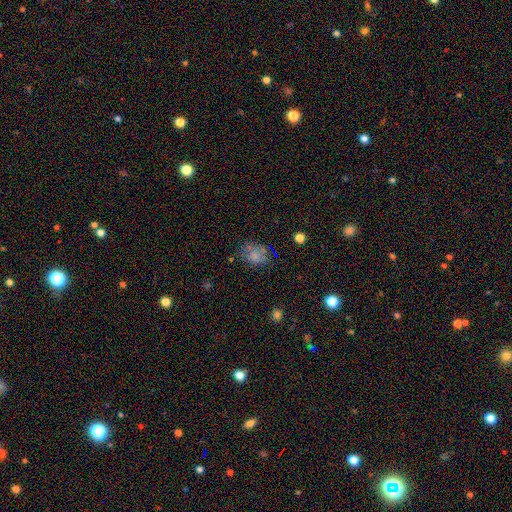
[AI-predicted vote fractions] Smooth or featured? Predicted: smooth (p=0.70). How rounded? Predicted: in between (p=0.52). Merging? Predicted: none (p=0.59).